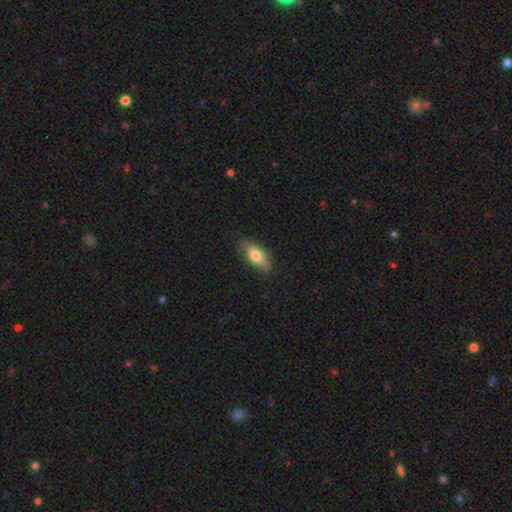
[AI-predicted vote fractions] smooth_or_featured: smooth (p=0.71) [alt: featured or disk p=0.23]
how_rounded: in between (p=0.76) [alt: cigar-shaped p=0.20]
merging: none (p=0.83) [alt: minor disturbance p=0.14]